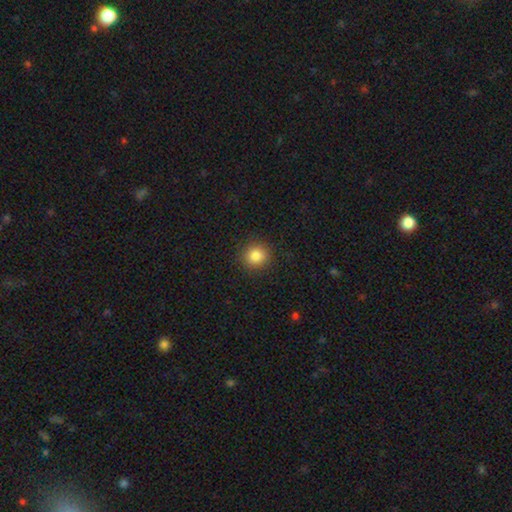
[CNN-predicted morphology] Overall: smooth (84%). How rounded: round (88%). Merging: none (90%).